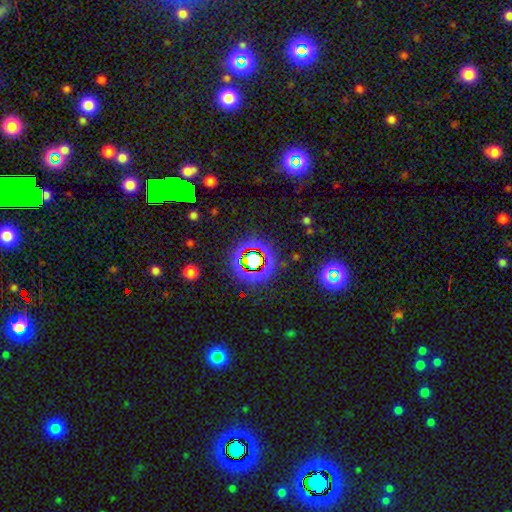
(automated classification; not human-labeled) This appears to be a star or artifact, not a galaxy (74%).